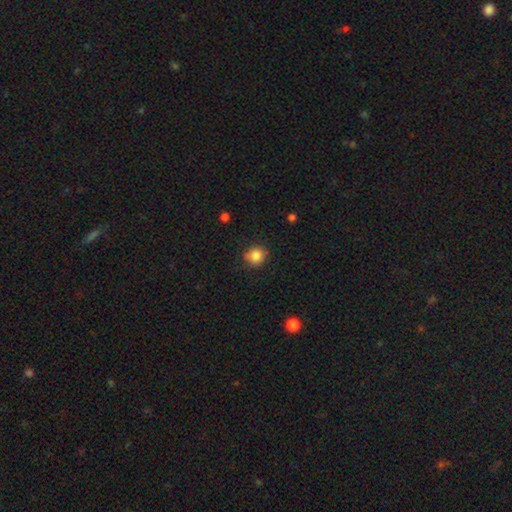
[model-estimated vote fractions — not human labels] Smooth or featured? Predicted: smooth (p=0.85). How rounded? Predicted: round (p=0.89). Merging? Predicted: none (p=0.83).